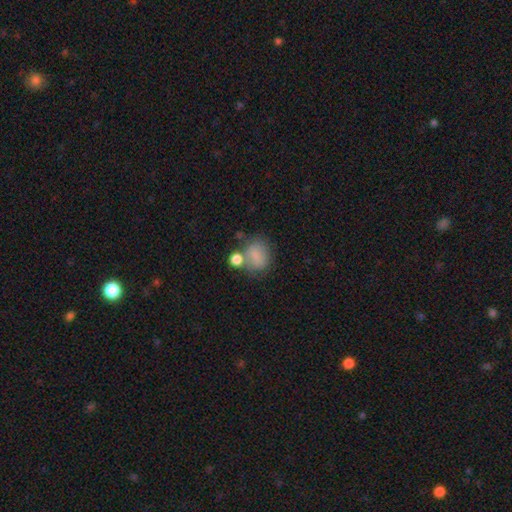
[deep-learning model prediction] Q: Smooth or featured?
A: smooth (76%); runner-up: featured or disk (13%)
Q: How rounded?
A: round (62%); runner-up: in between (37%)
Q: Merging?
A: none (50%); runner-up: merger (25%)